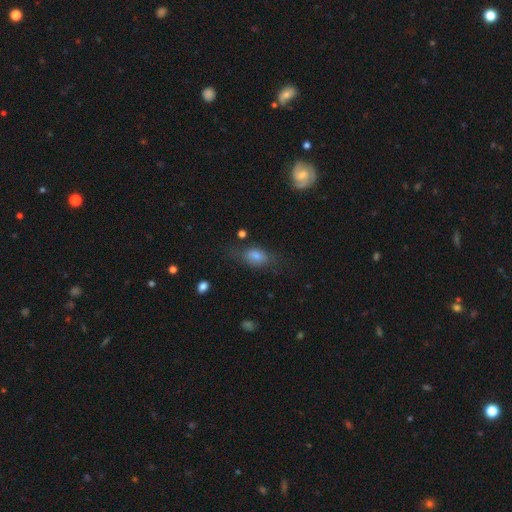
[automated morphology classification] type=smooth (64%); roundness=in between (79%); merging=none (60%).